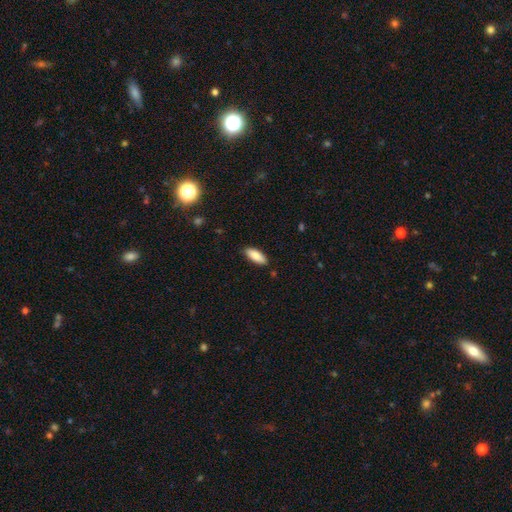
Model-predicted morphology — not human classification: type=smooth (87%); roundness=in between (75%); merging=none (87%).